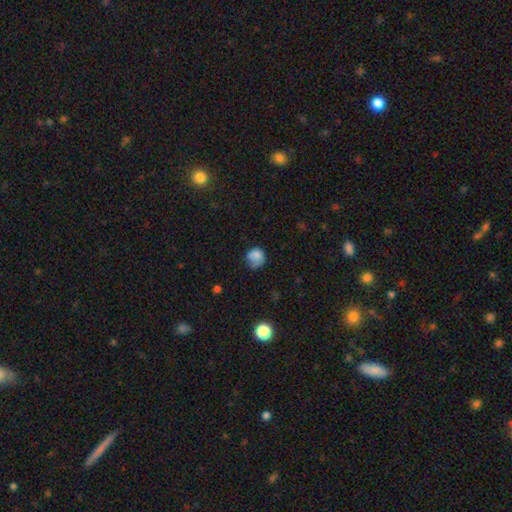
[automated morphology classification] Smooth or featured?
  - smooth: 75% *
  - featured or disk: 16%
  - star or artifact: 9%
How rounded?
  - round: 77% *
  - in between: 22%
  - cigar-shaped: 1%
Merging?
  - none: 46% *
  - minor disturbance: 32%
  - major disturbance: 19%
  - merger: 3%